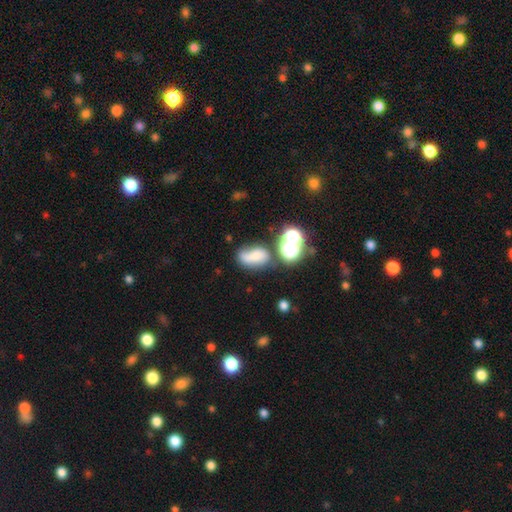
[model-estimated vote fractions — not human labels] smooth_or_featured: smooth (p=0.53) [alt: featured or disk p=0.24]
how_rounded: in between (p=0.74) [alt: round p=0.23]
merging: none (p=0.43) [alt: merger p=0.23]